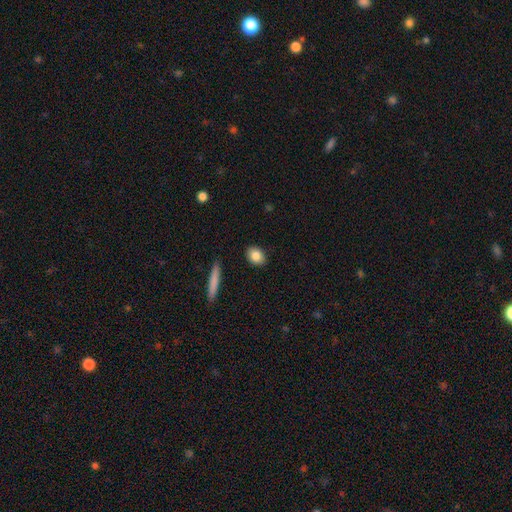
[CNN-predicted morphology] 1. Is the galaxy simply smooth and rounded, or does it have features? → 84% smooth, 9% featured or disk, 7% star or artifact.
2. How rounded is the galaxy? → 67% in between, 30% round, 3% cigar-shaped.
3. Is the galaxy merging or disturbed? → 89% none, 8% minor disturbance, 2% major disturbance, 2% merger.